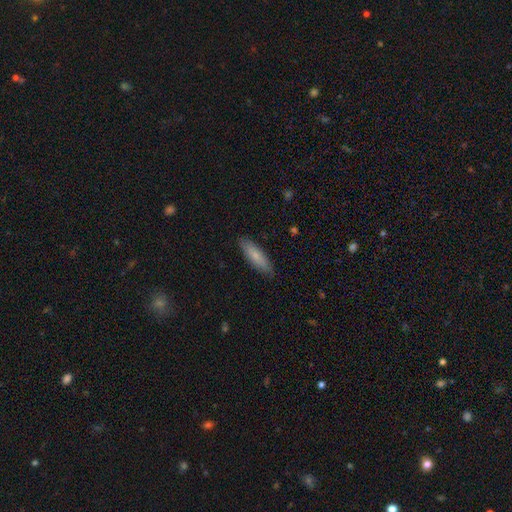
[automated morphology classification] The model was most divided on "how rounded": cigar-shaped: 56%, in between: 42%, round: 2%. More confident: merging — none (86%); smooth or featured — smooth (77%).